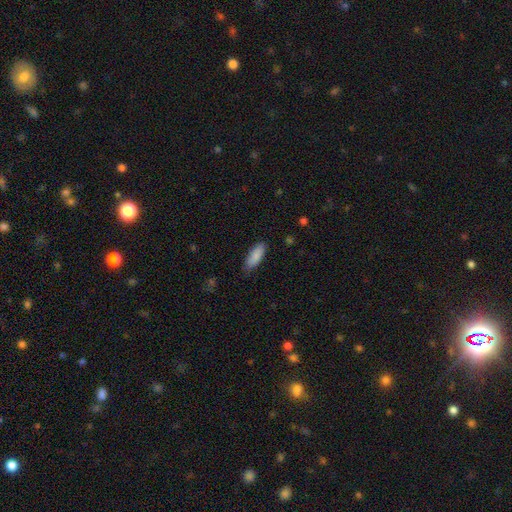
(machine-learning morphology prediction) Q: Smooth or featured?
A: smooth (88%); runner-up: star or artifact (6%)
Q: How rounded?
A: in between (68%); runner-up: cigar-shaped (31%)
Q: Merging?
A: none (82%); runner-up: minor disturbance (14%)